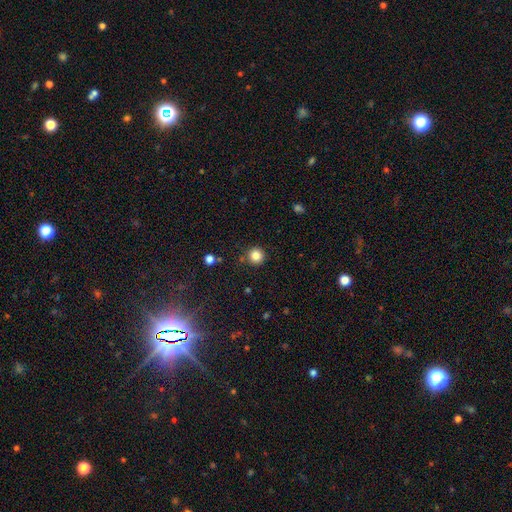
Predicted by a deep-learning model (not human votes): Smooth or featured: smooth — 84% (star or artifact — 12%)
How rounded: round — 95% (in between — 4%)
Merging: none — 89% (minor disturbance — 6%)